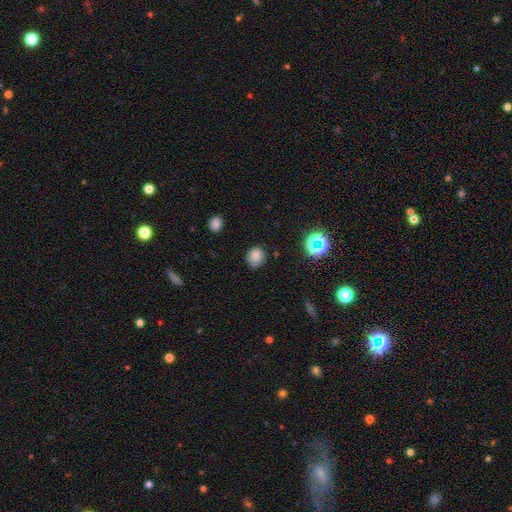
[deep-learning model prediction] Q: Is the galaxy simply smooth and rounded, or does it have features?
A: smooth — 79%.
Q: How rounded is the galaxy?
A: round — 82%.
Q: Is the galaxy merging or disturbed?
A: none — 77%.